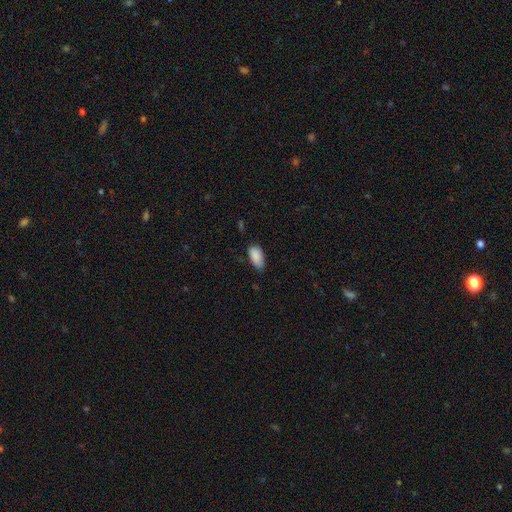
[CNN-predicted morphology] Overall: smooth (88%). How rounded: in between (93%). Merging: none (63%; minor disturbance 30%).